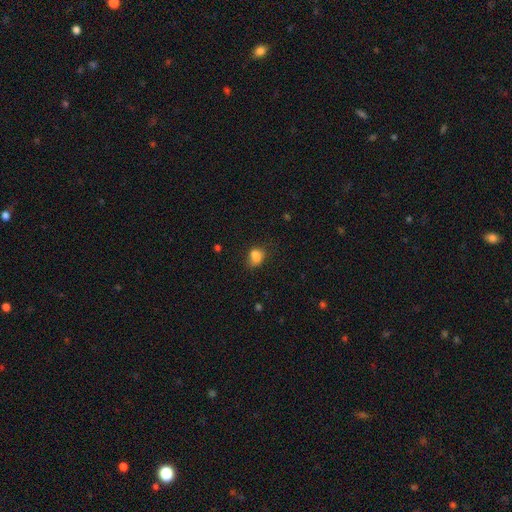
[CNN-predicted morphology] Overall: smooth (82%). How rounded: in between (60%; round 39%). Merging: none (52%; minor disturbance 31%).